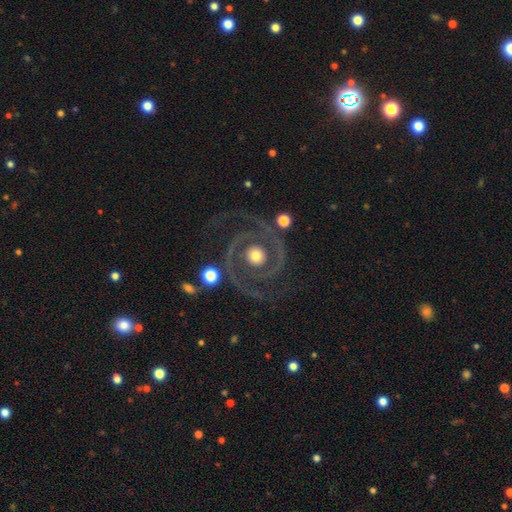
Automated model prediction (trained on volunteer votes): Smooth or featured: featured or disk — 88% (smooth — 7%)
Edge-on disk: no — 98% (yes — 2%)
Bar: no — 83% (weak — 11%)
Spiral arms: yes — 91% (no — 9%)
Spiral winding: tight — 49% (medium — 38%)
Spiral arm count: 2 — 77% (can't tell — 6%)
Bulge size: moderate — 62% (large — 20%)
Merging: none — 71% (major disturbance — 13%)